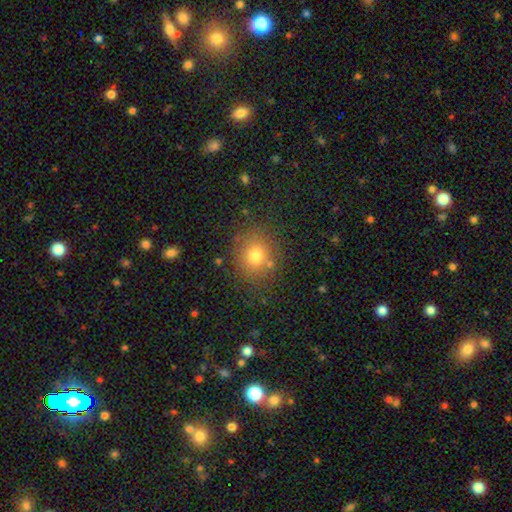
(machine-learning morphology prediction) Smooth or featured? smooth (77%)
How rounded? round (77%)
Merging? none (80%)